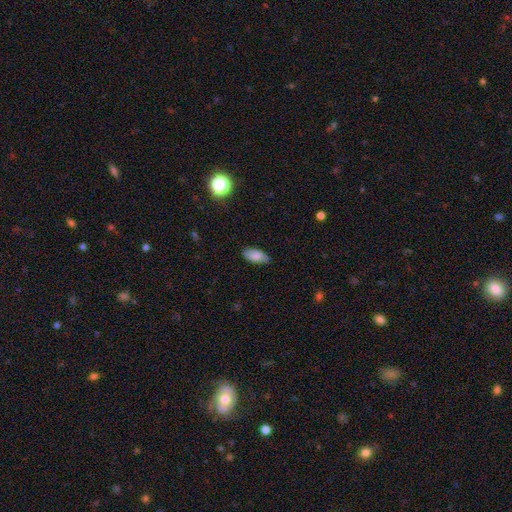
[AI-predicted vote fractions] Smooth or featured? Predicted: smooth (p=0.77). How rounded? Predicted: in between (p=0.91). Merging? Predicted: none (p=0.82).